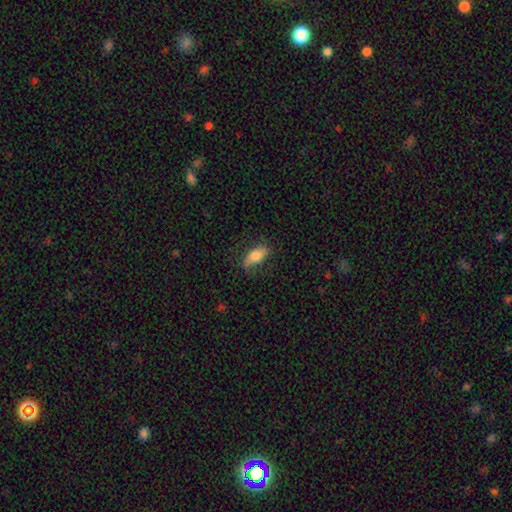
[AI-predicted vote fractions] A smooth galaxy with no disk features (71%) that is in between round and cigar-shaped (78%).

Vote fractions:
- Smooth or featured? smooth: 71% / featured or disk: 22% / star or artifact: 7%
- How rounded? in between: 78% / cigar-shaped: 18% / round: 4%
- Merging? none: 74% / minor disturbance: 19% / major disturbance: 6% / merger: 1%